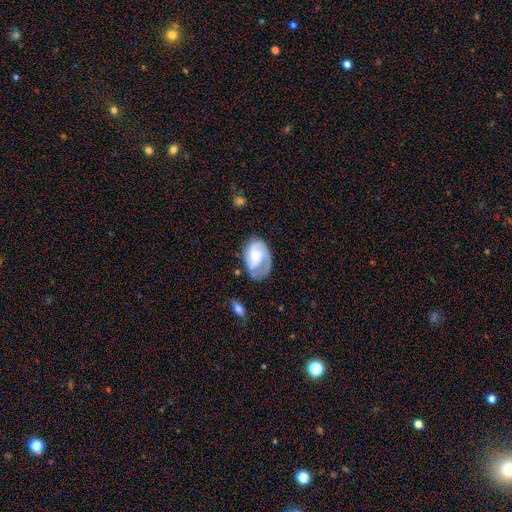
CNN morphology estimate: smooth_or_featured: featured or disk (p=0.63) [alt: smooth p=0.31]
disk_edge_on: no (p=0.97) [alt: yes p=0.03]
bar: no (p=0.66) [alt: weak p=0.28]
has_spiral_arms: yes (p=0.86) [alt: no p=0.14]
spiral_winding: medium (p=0.41) [alt: tight p=0.39]
spiral_arm_count: 2 (p=0.42) [alt: 1 p=0.27]
bulge_size: small (p=0.39) [alt: moderate p=0.31]
merging: none (p=0.45) [alt: minor disturbance p=0.28]